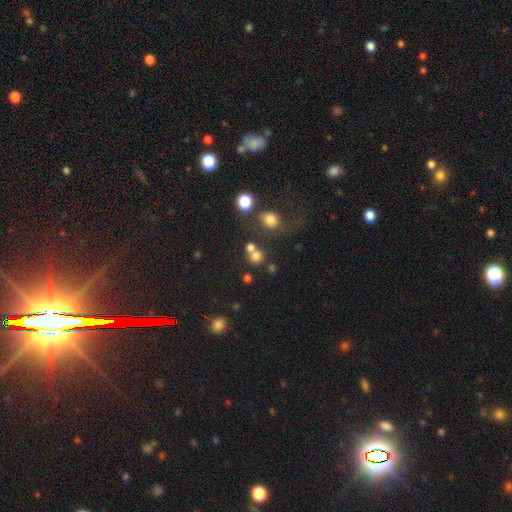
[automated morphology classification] smooth-or-featured: smooth: 71% | star or artifact: 19% | featured or disk: 10%
  how-rounded: round: 85% | in between: 14% | cigar-shaped: 1%
  merging: none: 54% | merger: 30% | minor disturbance: 9% | major disturbance: 6%